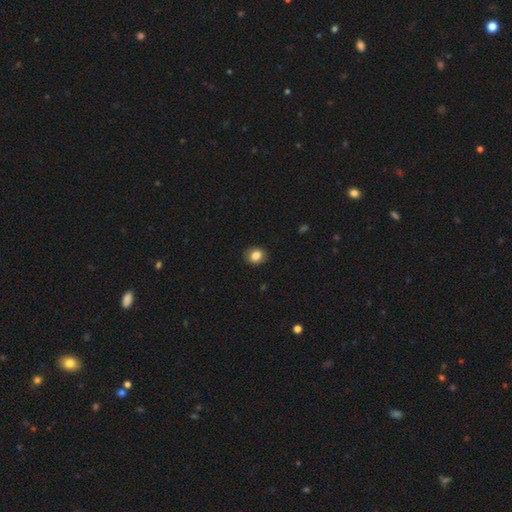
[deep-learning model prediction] smooth 84%, star or artifact 9%, featured or disk 6%. Down the decision tree: how rounded — round (62%); merging — none (88%).